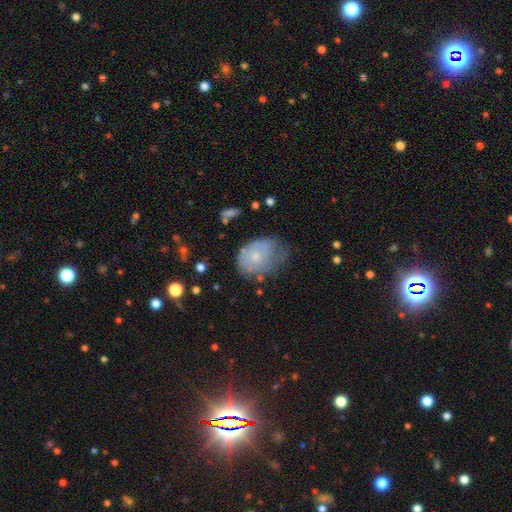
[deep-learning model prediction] The model was most divided on "merging": none: 38%, minor disturbance: 37%, major disturbance: 22%, merger: 3%. More confident: how rounded — in between (67%); smooth or featured — smooth (53%).